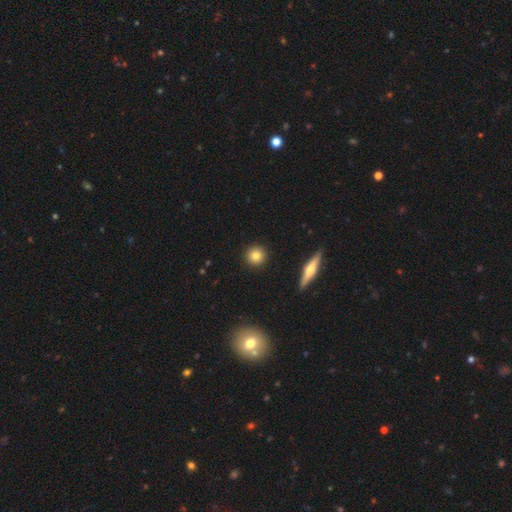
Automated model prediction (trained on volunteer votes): The model was most divided on "smooth or featured": smooth: 82%, featured or disk: 10%, star or artifact: 8%. More confident: how rounded — round (93%); merging — none (92%).